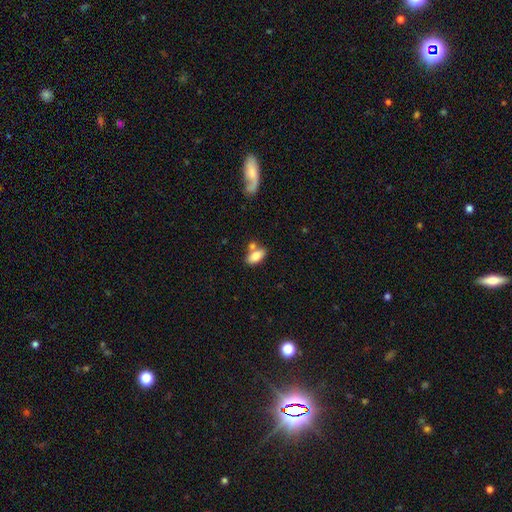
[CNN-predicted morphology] Smooth or featured: smooth — 79% (featured or disk — 13%)
How rounded: in between — 90% (cigar-shaped — 6%)
Merging: none — 60% (merger — 23%)